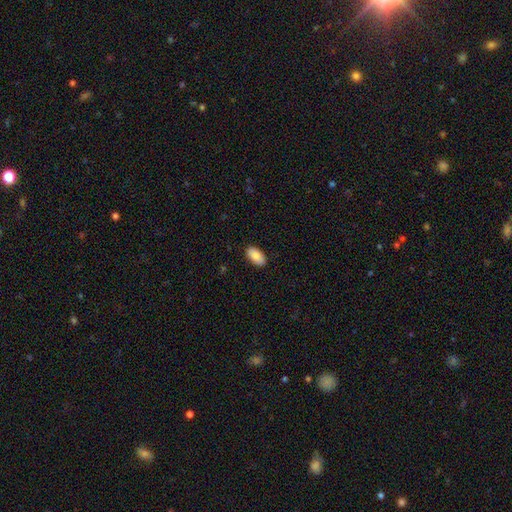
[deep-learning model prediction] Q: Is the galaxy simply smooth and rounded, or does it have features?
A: smooth — 86%.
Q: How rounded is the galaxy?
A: in between — 95%.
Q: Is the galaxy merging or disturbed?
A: none — 89%.